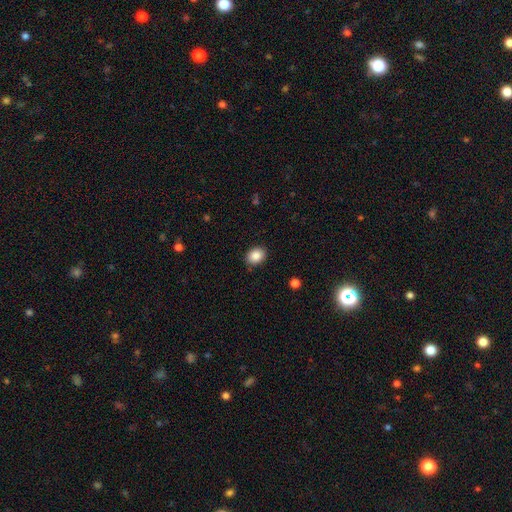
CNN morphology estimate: smooth 87%, star or artifact 8%, featured or disk 5%. Down the decision tree: how rounded — in between (57%); merging — none (87%).